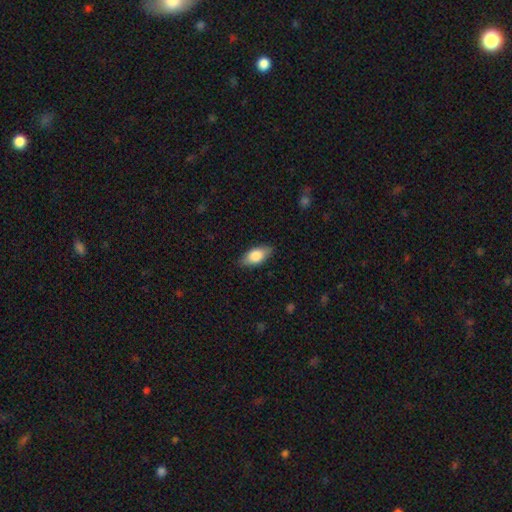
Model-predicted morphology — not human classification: Smooth or featured? smooth (78%)
How rounded? in between (87%)
Merging? none (86%)